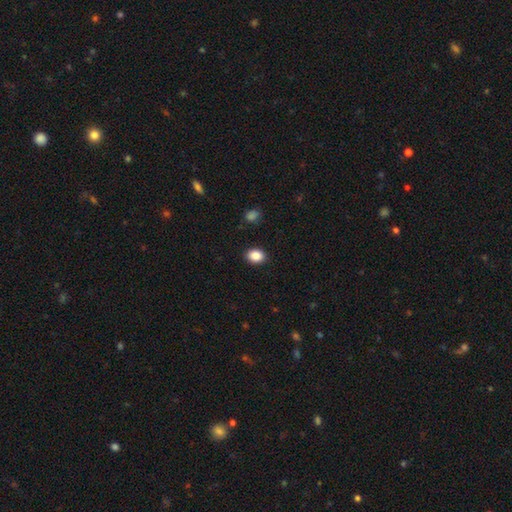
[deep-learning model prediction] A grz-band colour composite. It shows a smooth galaxy with no disk features (88%) that is in between round and cigar-shaped (63%). Merging: none (90%).